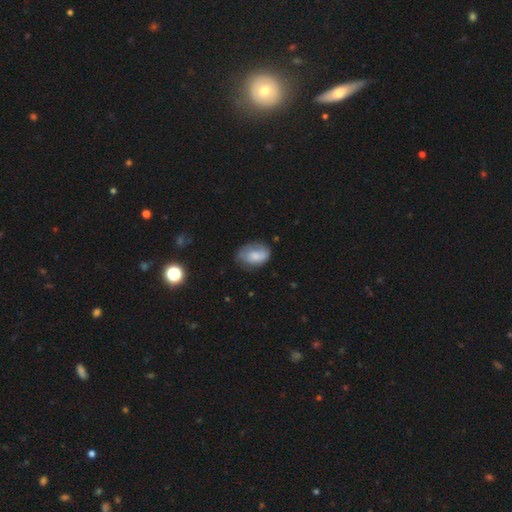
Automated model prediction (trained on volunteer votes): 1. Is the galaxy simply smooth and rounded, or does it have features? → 68% smooth, 24% featured or disk, 8% star or artifact.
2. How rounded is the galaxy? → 84% in between, 15% round, 1% cigar-shaped.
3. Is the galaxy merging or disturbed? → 57% none, 31% minor disturbance, 10% major disturbance, 2% merger.